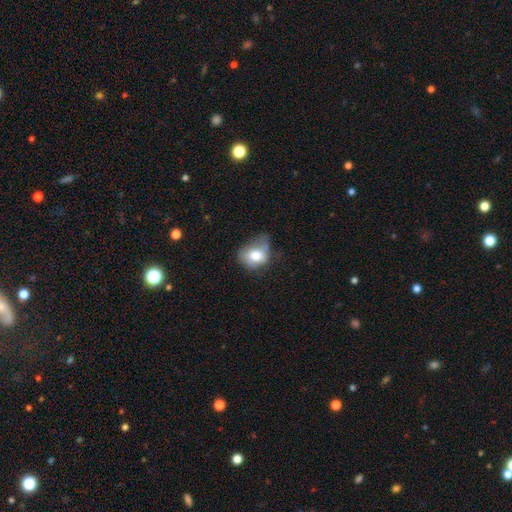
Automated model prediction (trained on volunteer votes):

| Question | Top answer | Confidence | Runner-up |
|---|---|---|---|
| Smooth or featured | smooth | 68% | featured or disk (23%) |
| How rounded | in between | 54% | round (45%) |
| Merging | minor disturbance | 39% | major disturbance (29%) |